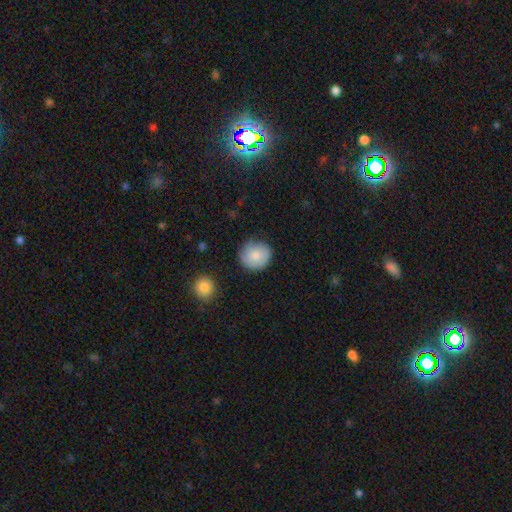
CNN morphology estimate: The model was most divided on "merging": none: 77%, minor disturbance: 18%, major disturbance: 4%, merger: 2%. More confident: how rounded — round (90%); smooth or featured — smooth (82%).